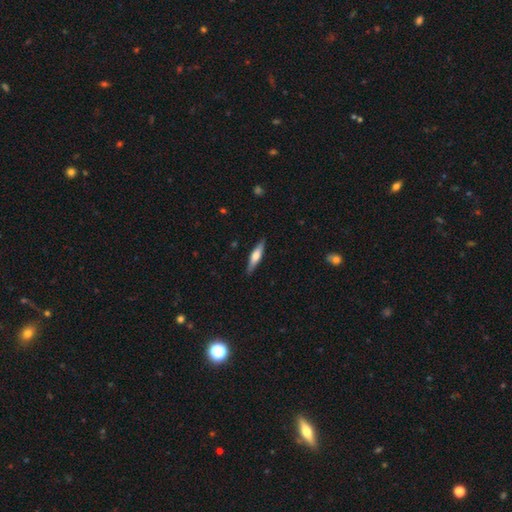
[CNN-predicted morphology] Smooth or featured? Predicted: smooth (p=0.48). Merging? Predicted: none (p=0.89).